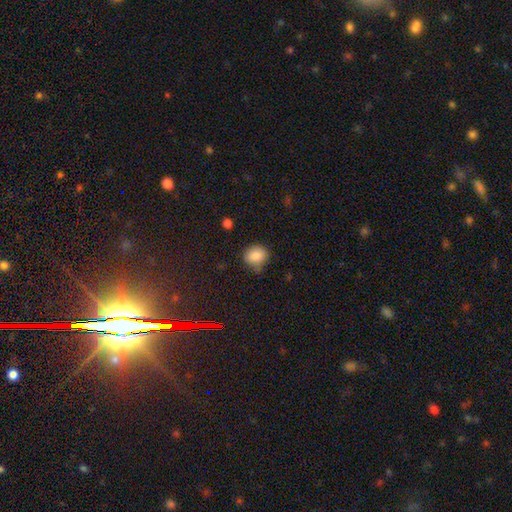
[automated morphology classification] A smooth galaxy with no disk features (85%) that is round (73%). Merging: none (67%).